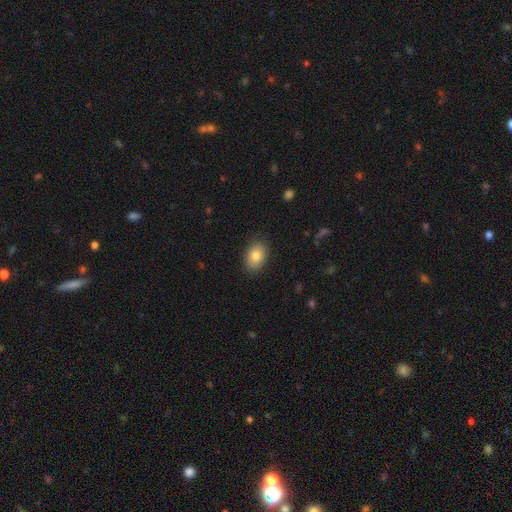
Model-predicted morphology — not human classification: A smooth galaxy with no disk features (82%) that is in between round and cigar-shaped (79%).

Vote fractions:
- Smooth or featured? smooth: 82% / featured or disk: 10% / star or artifact: 8%
- How rounded? in between: 79% / round: 20% / cigar-shaped: 1%
- Merging? none: 86% / minor disturbance: 10% / major disturbance: 2% / merger: 1%